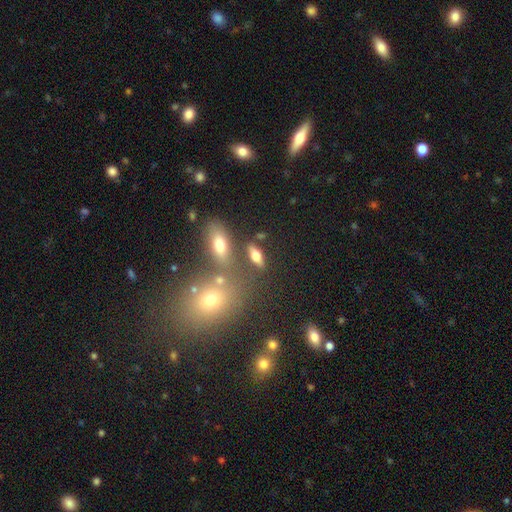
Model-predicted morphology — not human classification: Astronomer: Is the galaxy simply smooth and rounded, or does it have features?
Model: smooth — 62%.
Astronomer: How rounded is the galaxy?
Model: in between — 69%.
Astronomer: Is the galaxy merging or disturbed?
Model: none — 72%.